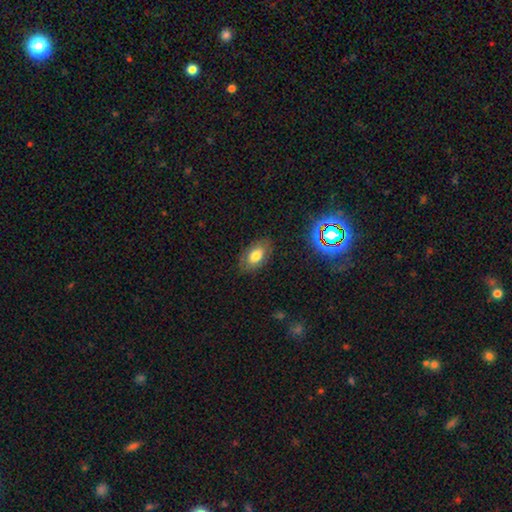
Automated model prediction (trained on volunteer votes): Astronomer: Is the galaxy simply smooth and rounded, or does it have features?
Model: smooth — 73%.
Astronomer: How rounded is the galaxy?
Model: in between — 91%.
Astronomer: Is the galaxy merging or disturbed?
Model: none — 81%.